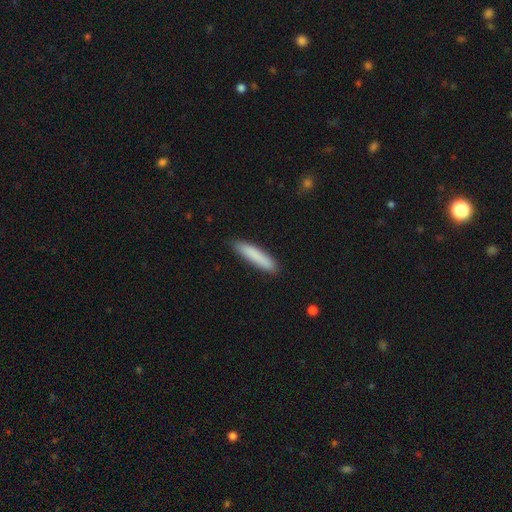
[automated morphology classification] smooth-or-featured: smooth: 85% | featured or disk: 9% | star or artifact: 6%
  how-rounded: cigar-shaped: 87% | in between: 12% | round: 1%
  merging: none: 85% | minor disturbance: 12% | major disturbance: 2% | merger: 1%